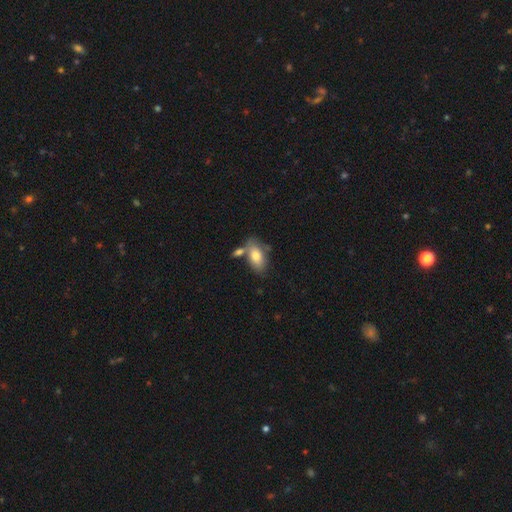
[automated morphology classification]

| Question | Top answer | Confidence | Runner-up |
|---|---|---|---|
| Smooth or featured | smooth | 78% | featured or disk (16%) |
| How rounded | in between | 92% | round (5%) |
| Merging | none | 54% | merger (24%) |